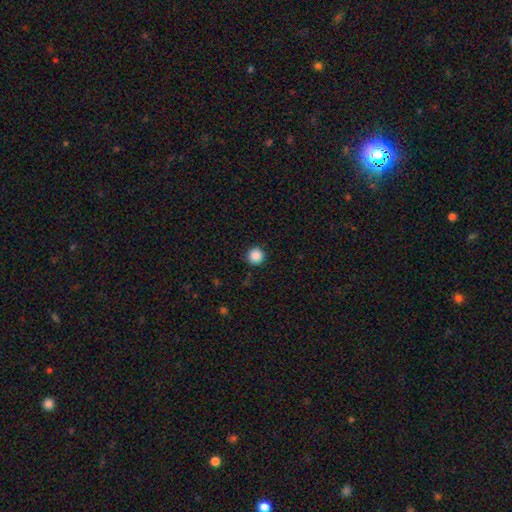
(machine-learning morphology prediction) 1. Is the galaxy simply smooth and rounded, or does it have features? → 88% smooth, 10% star or artifact, 2% featured or disk.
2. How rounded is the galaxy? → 96% round, 3% in between, 1% cigar-shaped.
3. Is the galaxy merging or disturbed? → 91% none, 6% minor disturbance, 2% major disturbance, 1% merger.